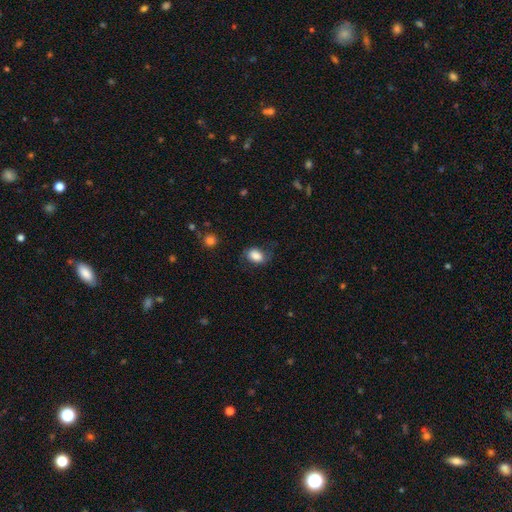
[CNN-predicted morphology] smooth-or-featured: smooth: 84% | featured or disk: 8% | star or artifact: 8%
  how-rounded: in between: 79% | round: 20% | cigar-shaped: 1%
  merging: none: 65% | minor disturbance: 23% | major disturbance: 10% | merger: 2%